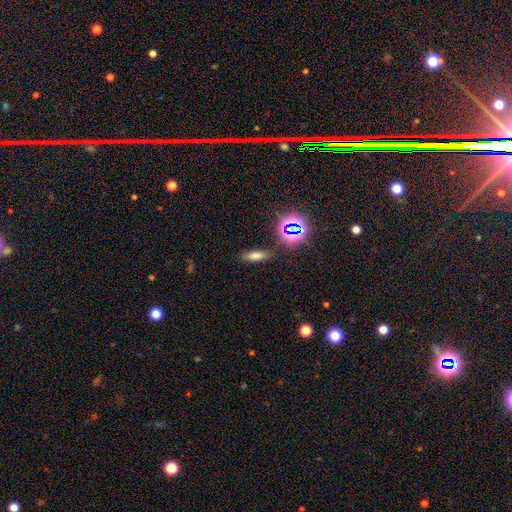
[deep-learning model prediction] This appears to be a smooth galaxy with no disk features (67%) that is in between round and cigar-shaped (59%). Merging: none (81%).